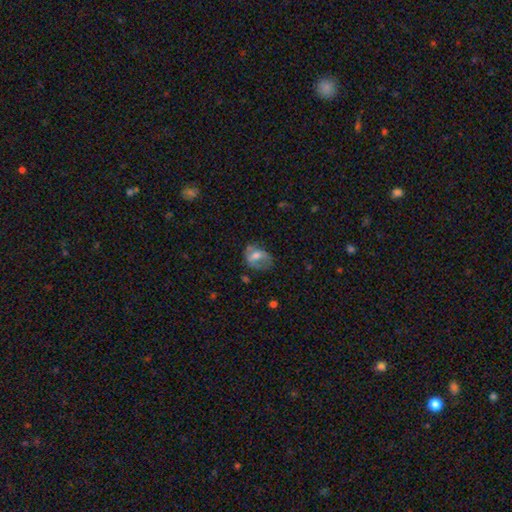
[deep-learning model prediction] Smooth or featured: smooth — 53% (featured or disk — 38%)
How rounded: in between — 67% (round — 31%)
Merging: none — 40% (minor disturbance — 30%)